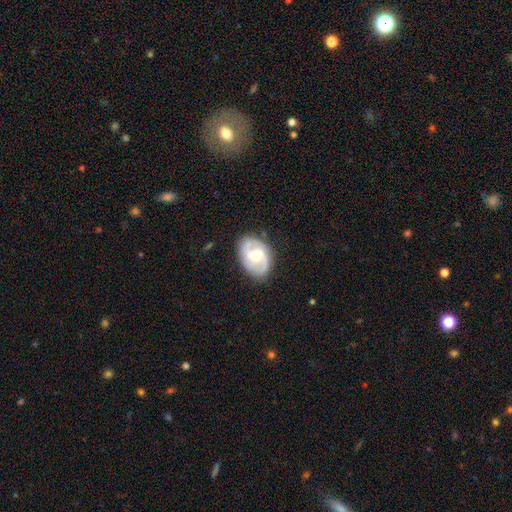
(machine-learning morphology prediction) This appears to be a featured or disk galaxy (76%) with a weak bar (48%), 2 (80%) medium (51%) spiral arms (94%) and a moderate central bulge (46%). Merging: none (78%).